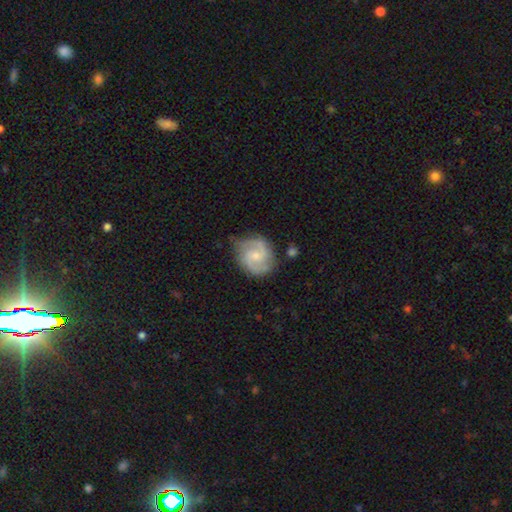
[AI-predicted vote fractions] Smooth or featured: featured or disk — 84% (smooth — 11%)
Edge-on disk: no — 98% (yes — 2%)
Bar: no — 49% (weak — 45%)
Spiral arms: yes — 97% (no — 3%)
Spiral winding: medium — 52% (tight — 35%)
Spiral arm count: 2 — 85% (3 — 5%)
Bulge size: small — 56% (moderate — 34%)
Merging: none — 72% (minor disturbance — 20%)